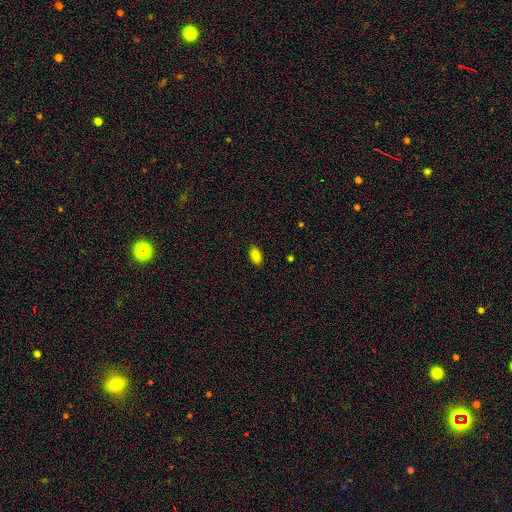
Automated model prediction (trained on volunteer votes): A smooth galaxy with no disk features (86%) that is in between round and cigar-shaped (91%).

Vote fractions:
- Smooth or featured? smooth: 86% / star or artifact: 9% / featured or disk: 5%
- How rounded? in between: 91% / round: 7% / cigar-shaped: 2%
- Merging? none: 88% / minor disturbance: 9% / major disturbance: 2% / merger: 1%